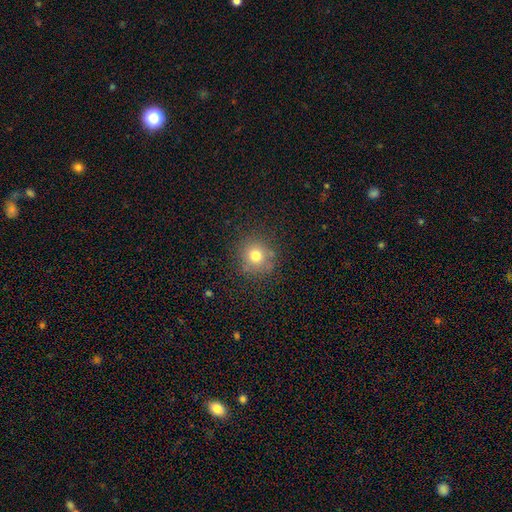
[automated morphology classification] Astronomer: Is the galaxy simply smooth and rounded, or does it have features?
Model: smooth — 75%.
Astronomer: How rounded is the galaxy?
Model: round — 90%.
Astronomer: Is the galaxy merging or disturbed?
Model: none — 83%.